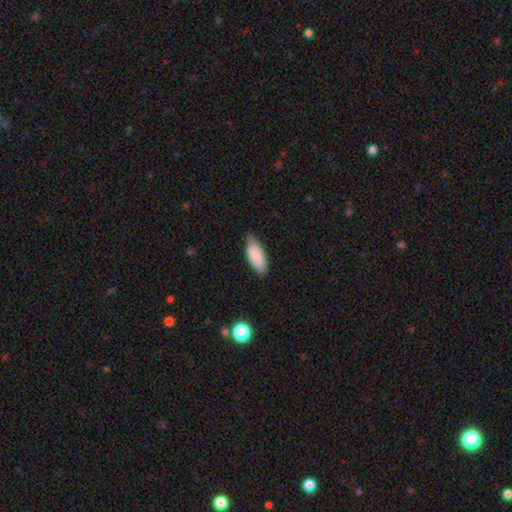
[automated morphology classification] This appears to be a smooth galaxy with no disk features (87%) that is in between round and cigar-shaped (81%). Merging: none (73%).